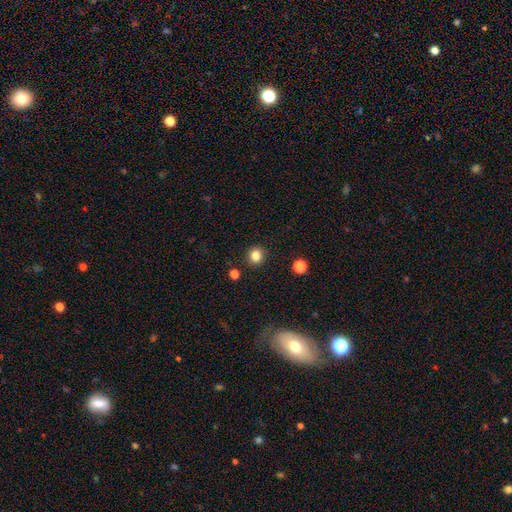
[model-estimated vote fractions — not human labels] Q: Smooth or featured?
A: smooth (82%); runner-up: star or artifact (13%)
Q: How rounded?
A: round (87%); runner-up: in between (12%)
Q: Merging?
A: none (90%); runner-up: minor disturbance (6%)